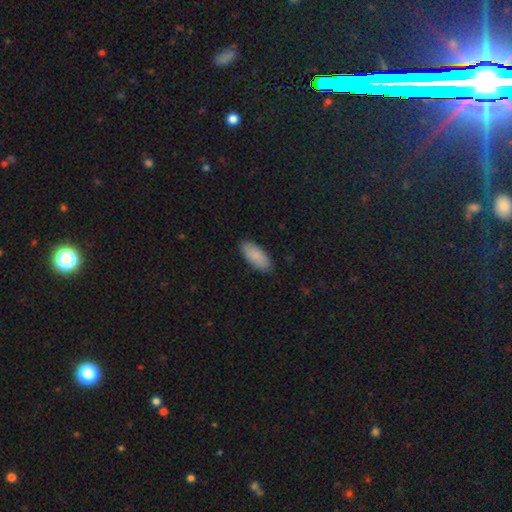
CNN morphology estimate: This is clearly a smooth galaxy (89%). How rounded: clearly in between (86%). Merging: clearly none (87%).